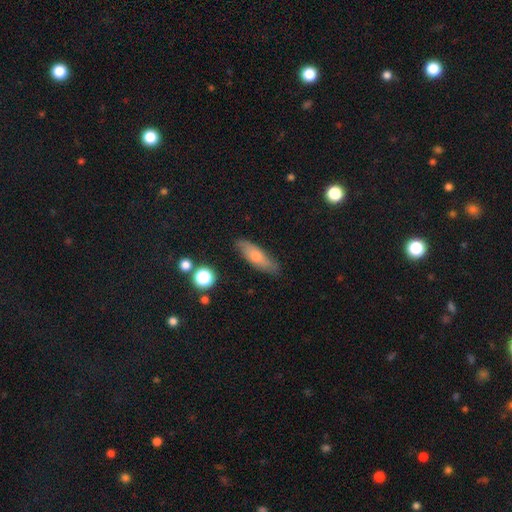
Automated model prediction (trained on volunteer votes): Morphology: type=smooth (61%); roundness=in between (49%); merging=none (82%).